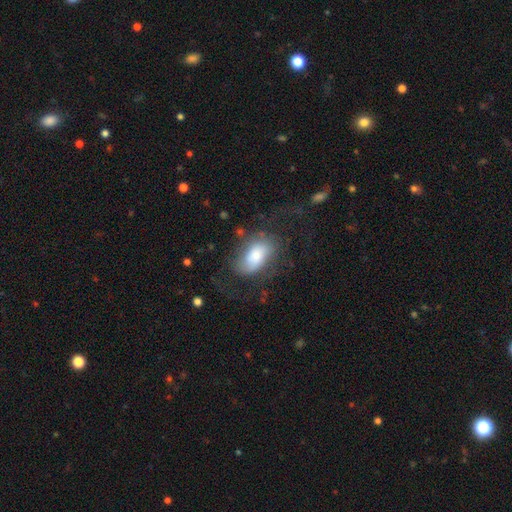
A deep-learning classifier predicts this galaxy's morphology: Q: Smooth or featured?
A: smooth (51%); runner-up: featured or disk (41%)
Q: How rounded?
A: in between (91%); runner-up: round (7%)
Q: Merging?
A: none (50%); runner-up: major disturbance (26%)